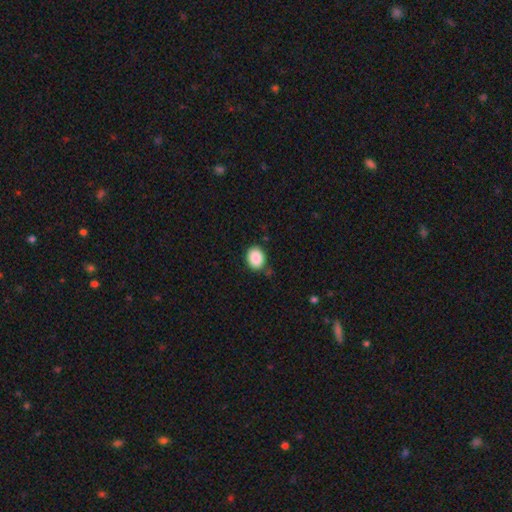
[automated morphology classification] This appears to be a smooth galaxy with no disk features (89%) that is in between round and cigar-shaped (52%). Merging: none (82%).